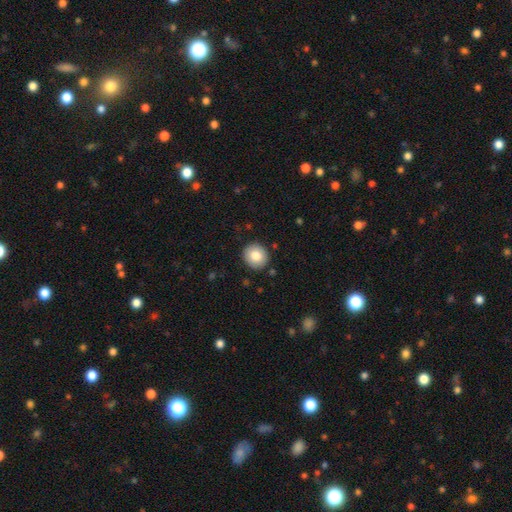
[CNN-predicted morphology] type=smooth (81%); roundness=round (89%); merging=none (91%).